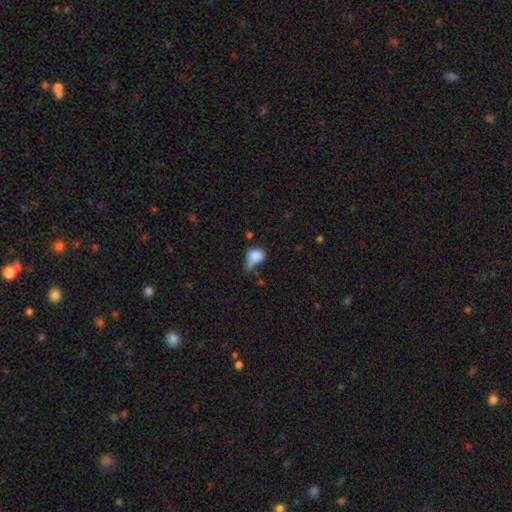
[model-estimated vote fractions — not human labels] Smooth or featured? smooth (80%)
How rounded? in between (61%)
Merging? minor disturbance (36%)